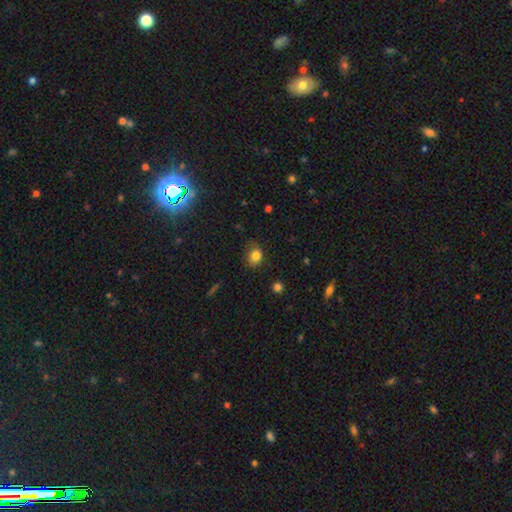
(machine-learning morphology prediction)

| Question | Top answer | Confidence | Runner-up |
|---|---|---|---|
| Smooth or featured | smooth | 81% | star or artifact (12%) |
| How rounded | round | 53% | in between (46%) |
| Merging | none | 62% | minor disturbance (28%) |